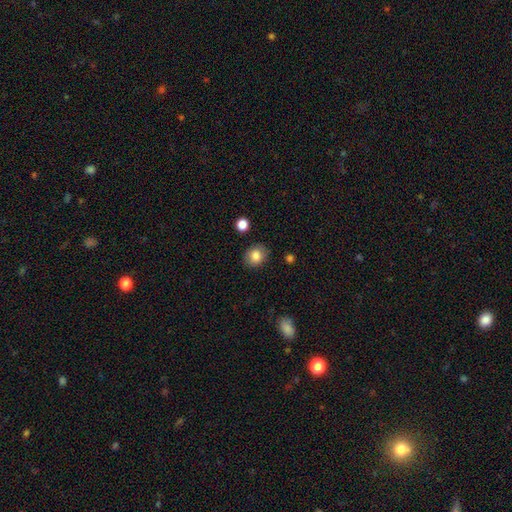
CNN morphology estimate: Smooth or featured: smooth — 83% (star or artifact — 9%)
How rounded: round — 64% (in between — 35%)
Merging: none — 84% (minor disturbance — 11%)